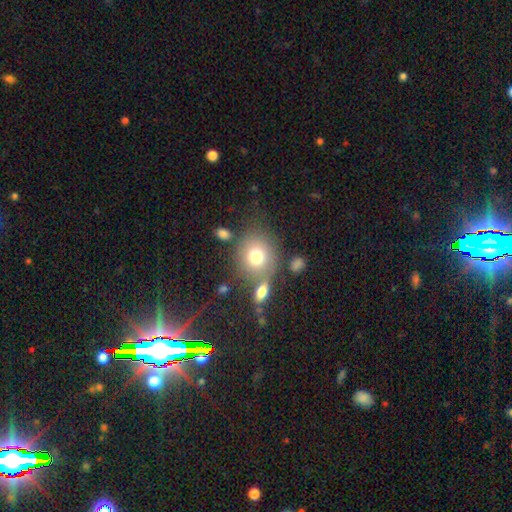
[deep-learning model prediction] Smooth or featured? smooth (75%)
How rounded? round (75%)
Merging? none (61%)